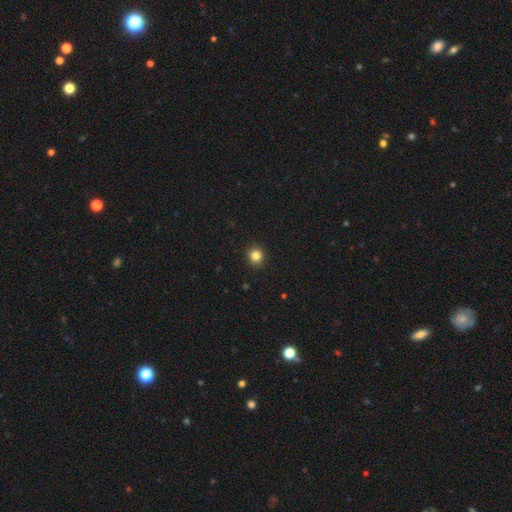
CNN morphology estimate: Smooth or featured?
  - smooth: 84% *
  - star or artifact: 12%
  - featured or disk: 5%
How rounded?
  - round: 88% *
  - in between: 12%
  - cigar-shaped: 1%
Merging?
  - none: 92% *
  - minor disturbance: 5%
  - major disturbance: 2%
  - merger: 1%